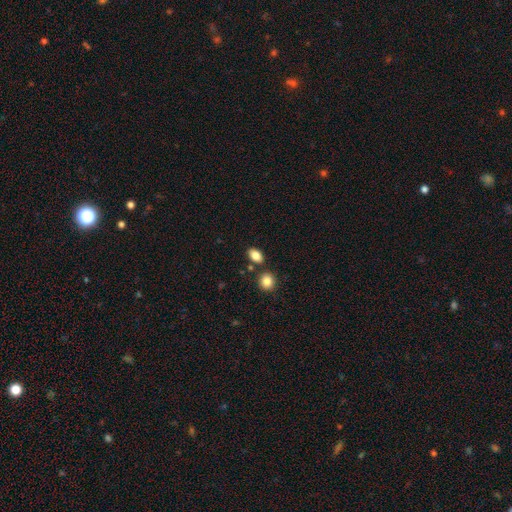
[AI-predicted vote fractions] Smooth or featured? smooth (85%)
How rounded? in between (82%)
Merging? none (76%)